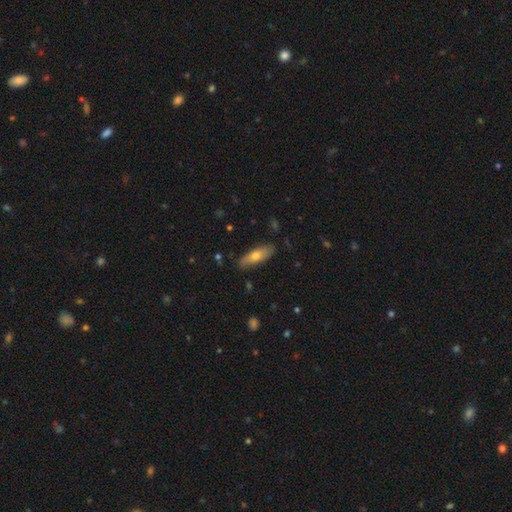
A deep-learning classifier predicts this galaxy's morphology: This appears to be a smooth galaxy with no disk features (64%) that is in between round and cigar-shaped (57%). Merging: none (84%).